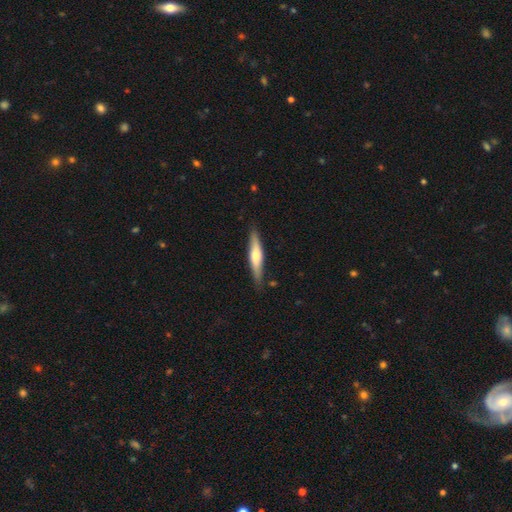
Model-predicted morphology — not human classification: smooth-or-featured: smooth: 49% | featured or disk: 46% | star or artifact: 5%
  merging: none: 85% | minor disturbance: 12% | major disturbance: 2% | merger: 2%